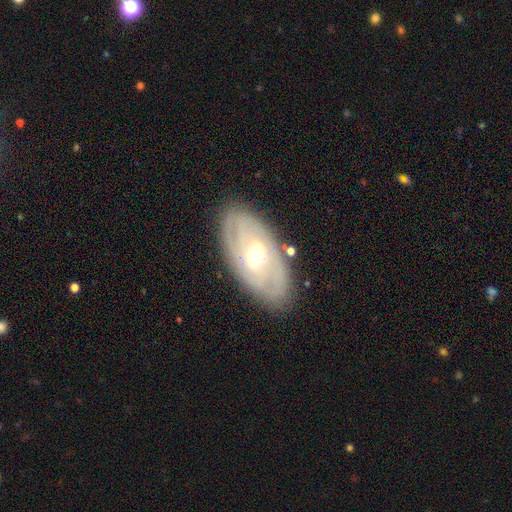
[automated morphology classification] Overall: featured or disk (76%). Edge-on disk: no (91%). Bar: weak (43%; no 41%). Spiral arms: yes (81%). Spiral arm count: can't tell (42%; 2 31%). Spiral winding: tight (65%; medium 26%). Bulge size: moderate (69%). Merging: none (82%).